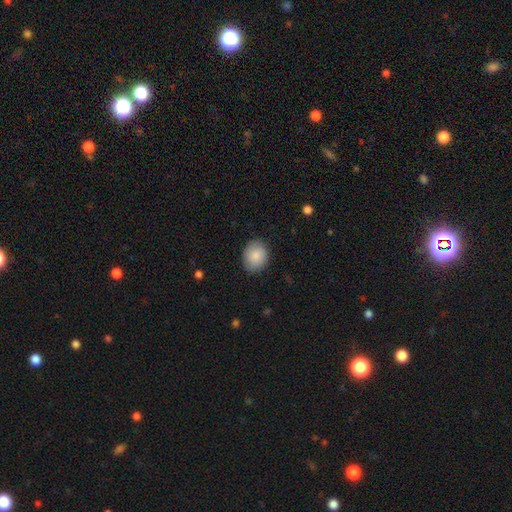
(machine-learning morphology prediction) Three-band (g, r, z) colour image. It shows a smooth galaxy with no disk features (87%) that is round (55%). Merging: none (86%).